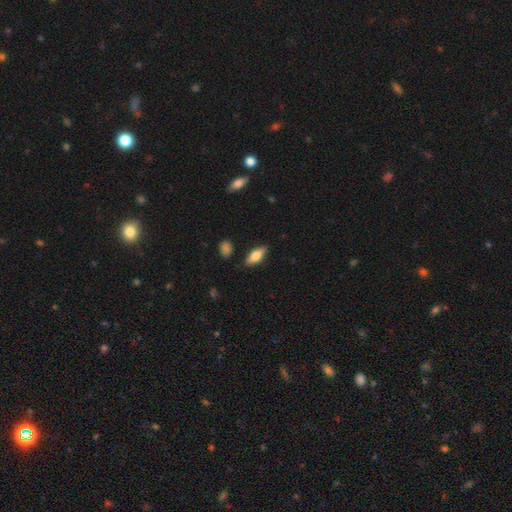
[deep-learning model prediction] Q: Smooth or featured?
A: smooth (69%); runner-up: featured or disk (24%)
Q: How rounded?
A: in between (76%); runner-up: cigar-shaped (22%)
Q: Merging?
A: none (83%); runner-up: minor disturbance (13%)